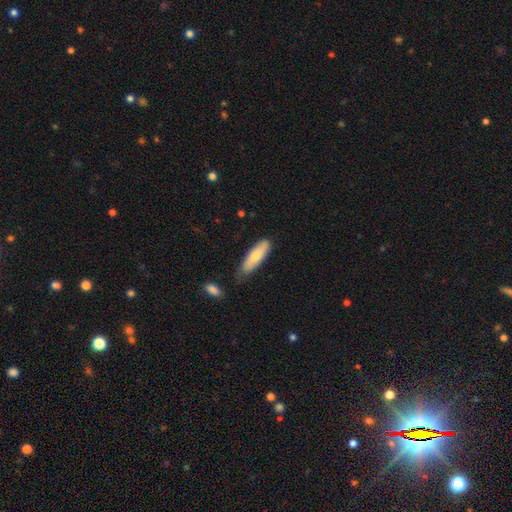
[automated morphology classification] Smooth or featured?
  - smooth: 69% *
  - featured or disk: 25%
  - star or artifact: 6%
How rounded?
  - cigar-shaped: 50% *
  - in between: 48%
  - round: 2%
Merging?
  - none: 72% *
  - minor disturbance: 21%
  - major disturbance: 4%
  - merger: 4%